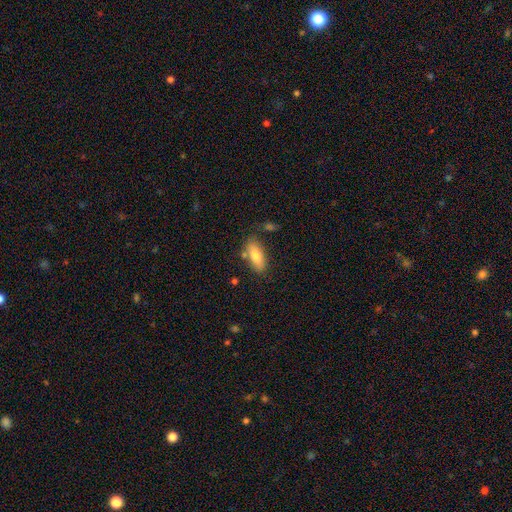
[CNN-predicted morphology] This is likely a smooth galaxy (77%). How rounded: likely in between (76%). Merging: likely none (71%).